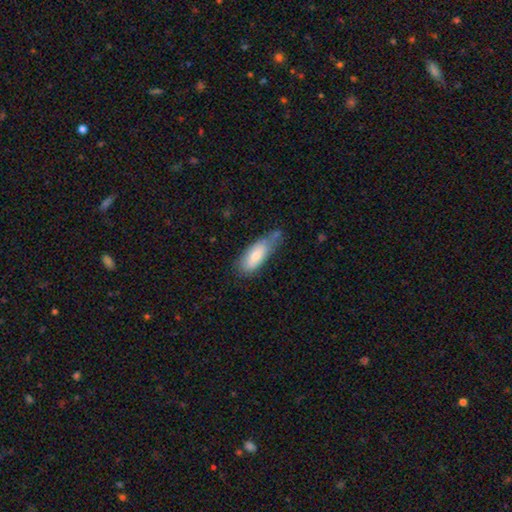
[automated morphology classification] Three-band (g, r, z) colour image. It shows a smooth galaxy with no disk features (74%) that is in between round and cigar-shaped (73%). Merging: none (42%).